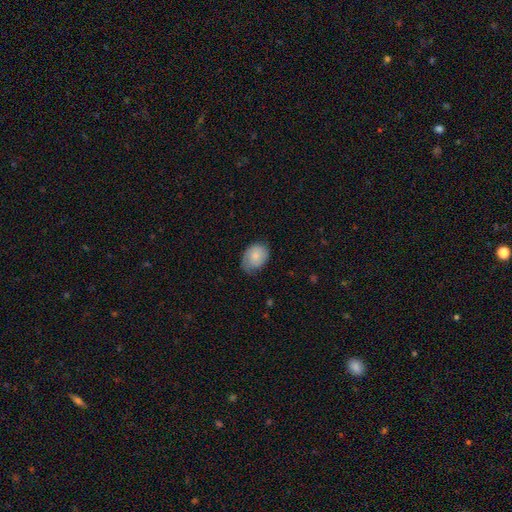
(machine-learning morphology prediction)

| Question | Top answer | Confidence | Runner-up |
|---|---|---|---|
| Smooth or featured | smooth | 75% | featured or disk (19%) |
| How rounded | in between | 66% | round (33%) |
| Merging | none | 57% | minor disturbance (33%) |